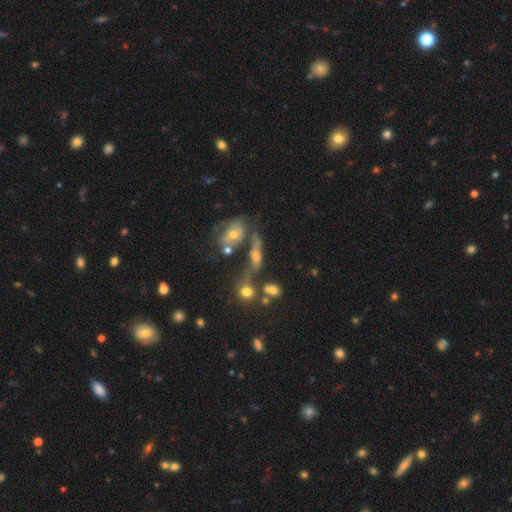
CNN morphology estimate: Smooth or featured: smooth — 45% (featured or disk — 38%)
Merging: merger — 34% (none — 32%)